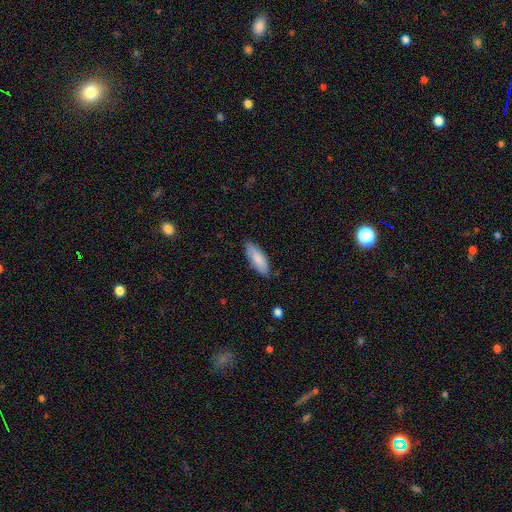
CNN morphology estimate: Smooth or featured?
  - smooth: 86% *
  - featured or disk: 8%
  - star or artifact: 6%
How rounded?
  - in between: 64% *
  - cigar-shaped: 34%
  - round: 2%
Merging?
  - none: 83% *
  - minor disturbance: 14%
  - major disturbance: 2%
  - merger: 1%